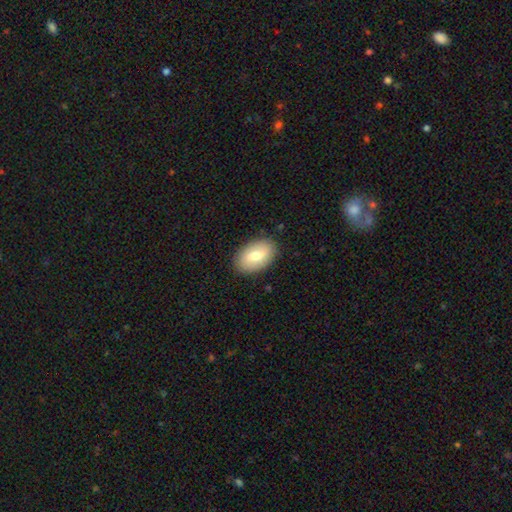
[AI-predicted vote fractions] A smooth galaxy with no disk features (66%) that is in between round and cigar-shaped (90%). Merging: none (87%).